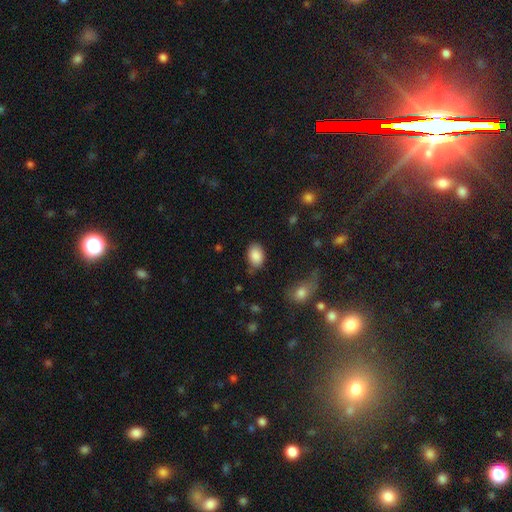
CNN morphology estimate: Overall: smooth (88%). How rounded: in between (83%). Merging: none (76%).